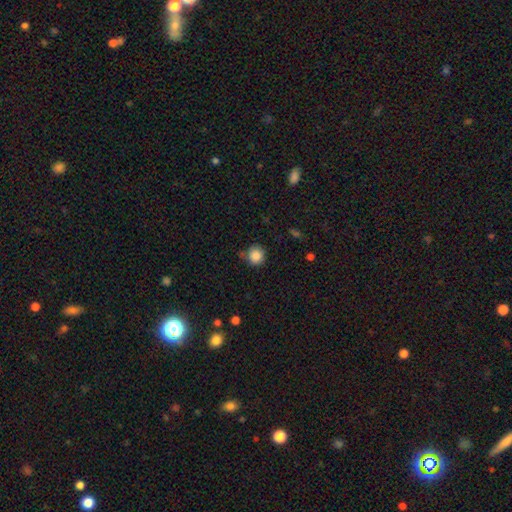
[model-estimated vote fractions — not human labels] This appears to be a smooth galaxy with no disk features (86%) that is round (91%). Merging: none (73%).